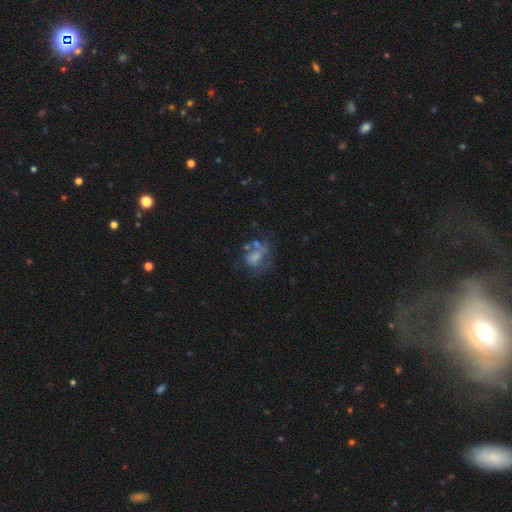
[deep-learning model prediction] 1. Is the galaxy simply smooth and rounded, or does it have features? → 46% featured or disk, 40% smooth, 15% star or artifact.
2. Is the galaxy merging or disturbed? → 33% none, 30% major disturbance, 20% minor disturbance, 17% merger.